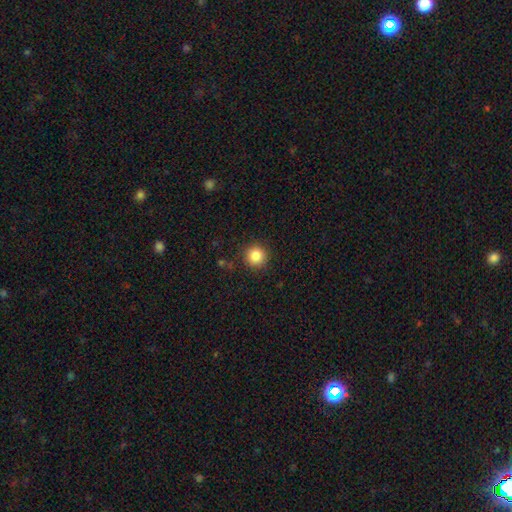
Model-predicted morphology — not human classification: smooth 86%, star or artifact 10%, featured or disk 4%. Down the decision tree: how rounded — round (95%); merging — none (89%).